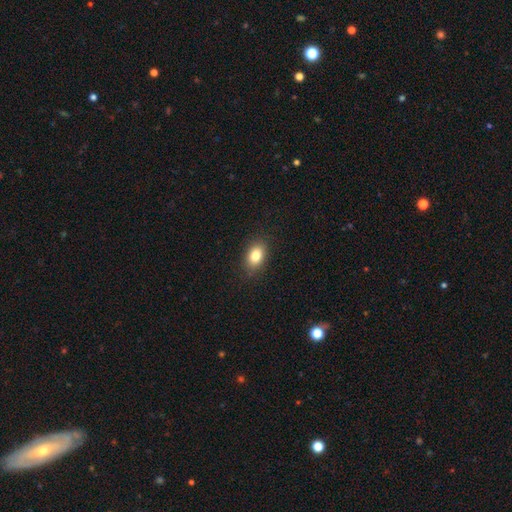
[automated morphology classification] This is clearly a smooth galaxy (82%). How rounded: likely in between (79%). Merging: clearly none (88%).